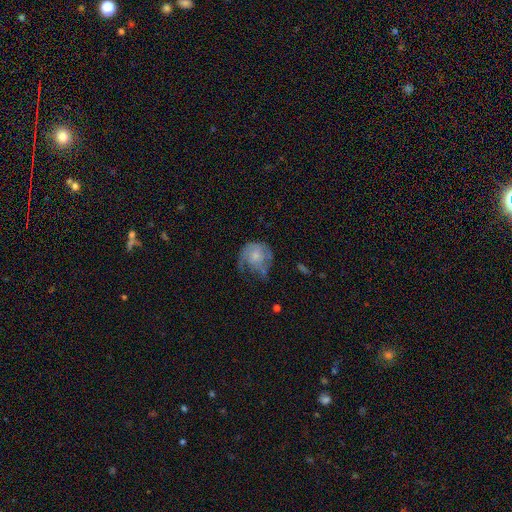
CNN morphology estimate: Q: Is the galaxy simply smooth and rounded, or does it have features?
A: featured or disk — 49%.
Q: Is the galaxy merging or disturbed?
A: major disturbance — 34%.